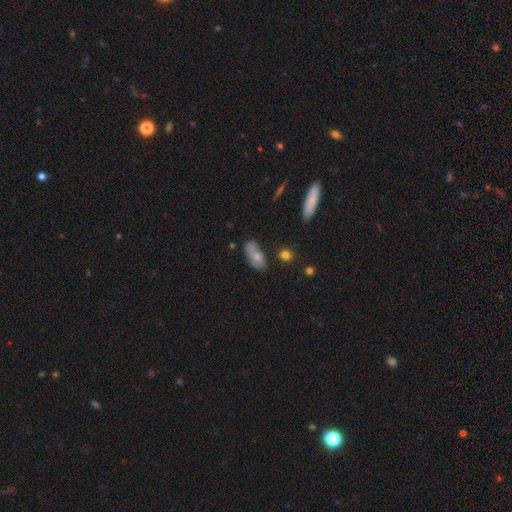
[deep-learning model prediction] A smooth galaxy with no disk features (68%) that is in between round and cigar-shaped (85%). Merging: none (55%).